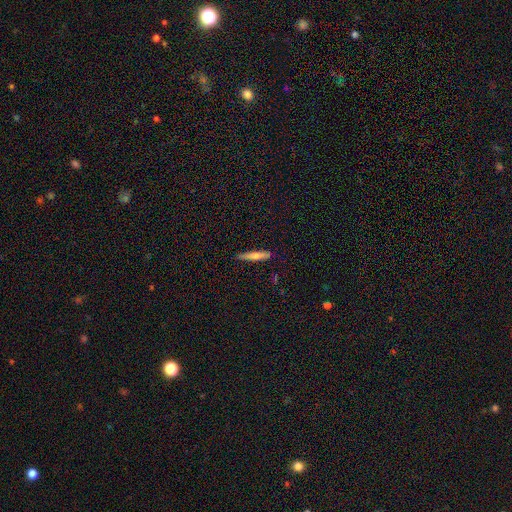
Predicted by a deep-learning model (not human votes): smooth-or-featured: smooth: 67% | featured or disk: 26% | star or artifact: 7%
  how-rounded: cigar-shaped: 91% | in between: 8% | round: 1%
  merging: none: 84% | minor disturbance: 12% | major disturbance: 2% | merger: 1%